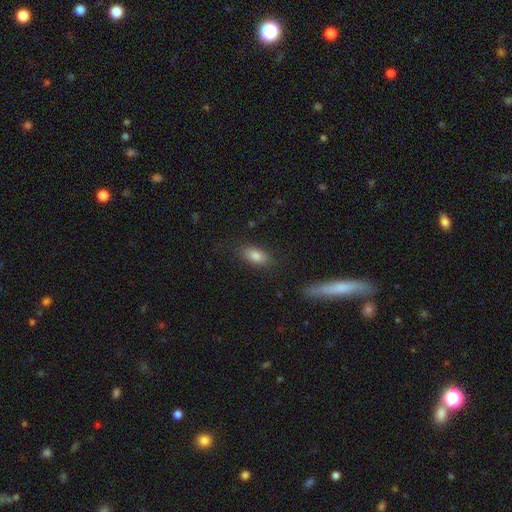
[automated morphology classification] Smooth or featured? Predicted: smooth (p=0.81). How rounded? Predicted: in between (p=0.83). Merging? Predicted: none (p=0.82).